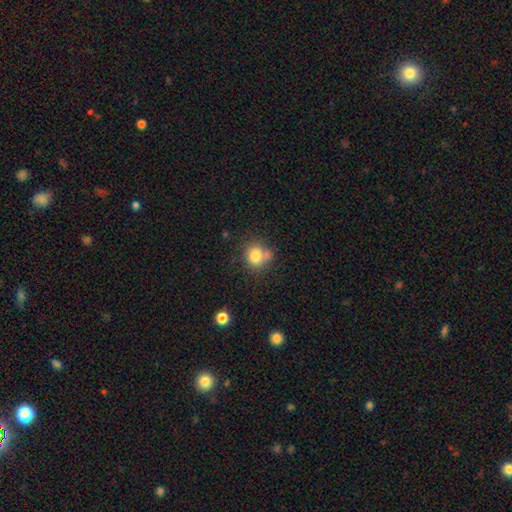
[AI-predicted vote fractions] This appears to be a smooth galaxy with no disk features (80%) that is round (72%). Merging: none (53%).